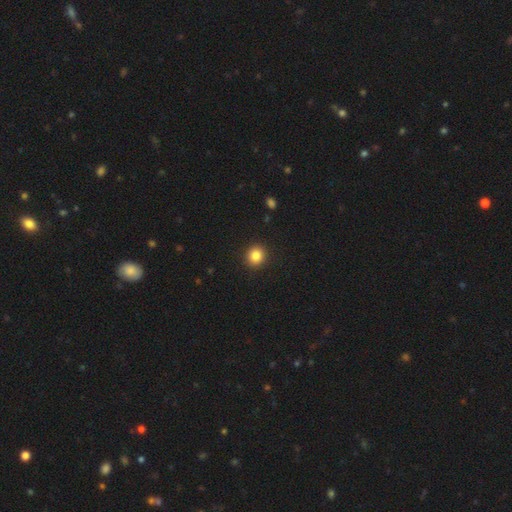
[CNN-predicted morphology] smooth 85%, star or artifact 10%, featured or disk 5%. Down the decision tree: how rounded — round (88%); merging — none (92%).